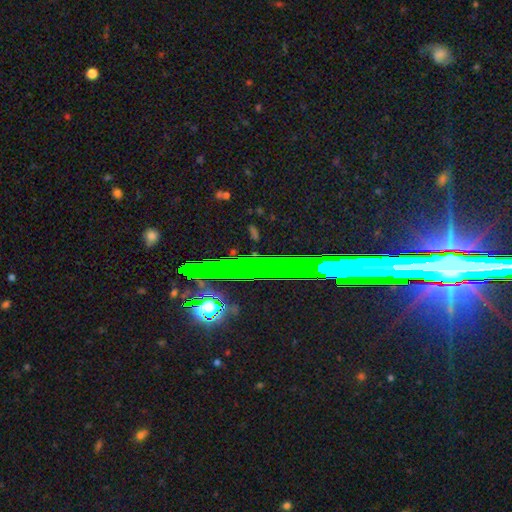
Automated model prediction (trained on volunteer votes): Morphology: type=star or artifact (74%).